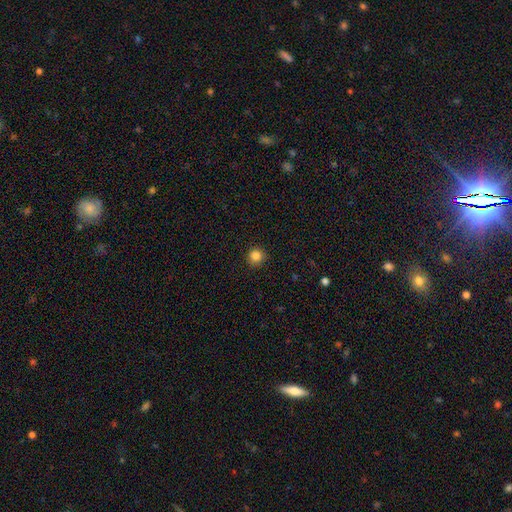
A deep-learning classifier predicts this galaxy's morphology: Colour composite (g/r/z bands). It shows a smooth galaxy with no disk features (85%) that is round (93%). Merging: none (90%).